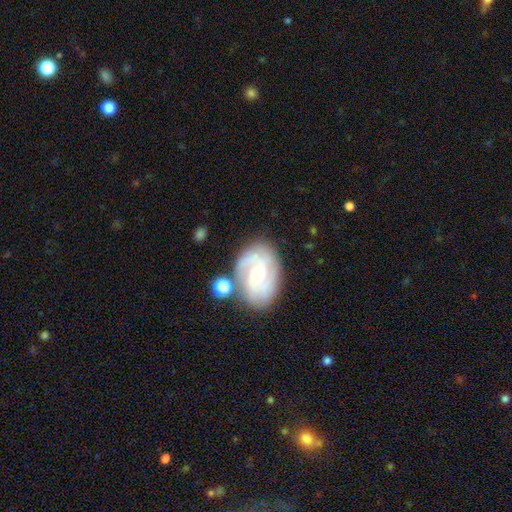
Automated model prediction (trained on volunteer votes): Smooth or featured?
  - featured or disk: 79% *
  - smooth: 15%
  - star or artifact: 6%
Edge-on disk?
  - no: 97% *
  - yes: 3%
Bar?
  - no: 55% *
  - weak: 38%
  - strong: 7%
Spiral arms?
  - yes: 95% *
  - no: 5%
Spiral winding?
  - medium: 44% *
  - tight: 43%
  - loose: 13%
Spiral arm count?
  - 2: 46% *
  - 3: 22%
  - can't tell: 20%
  - 4: 5%
  - 1: 4%
  - more than 4: 3%
Bulge size?
  - small: 62% *
  - moderate: 28%
  - none: 6%
  - large: 3%
  - dominant: 1%
Merging?
  - none: 69% *
  - minor disturbance: 17%
  - merger: 7%
  - major disturbance: 7%